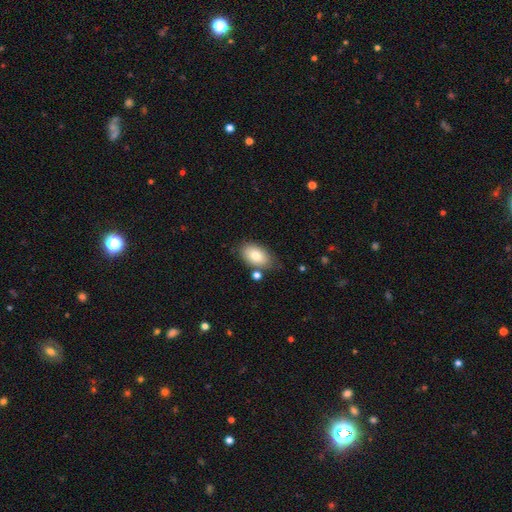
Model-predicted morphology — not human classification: Smooth or featured?
  - smooth: 80% *
  - featured or disk: 13%
  - star or artifact: 7%
How rounded?
  - in between: 92% *
  - round: 7%
  - cigar-shaped: 2%
Merging?
  - none: 75% *
  - minor disturbance: 15%
  - merger: 7%
  - major disturbance: 3%